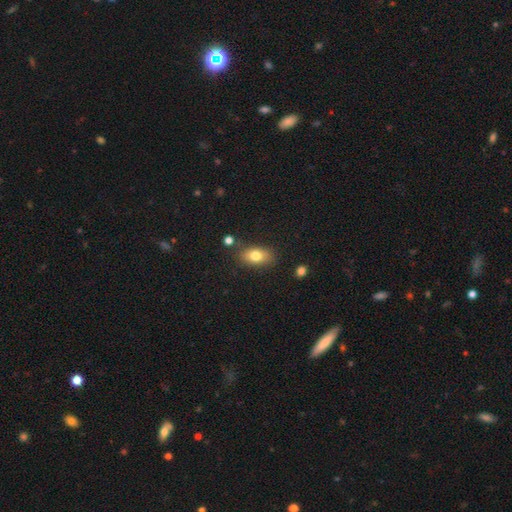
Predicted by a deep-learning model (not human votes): This appears to be a smooth galaxy with no disk features (78%) that is in between round and cigar-shaped (84%). Merging: none (77%).